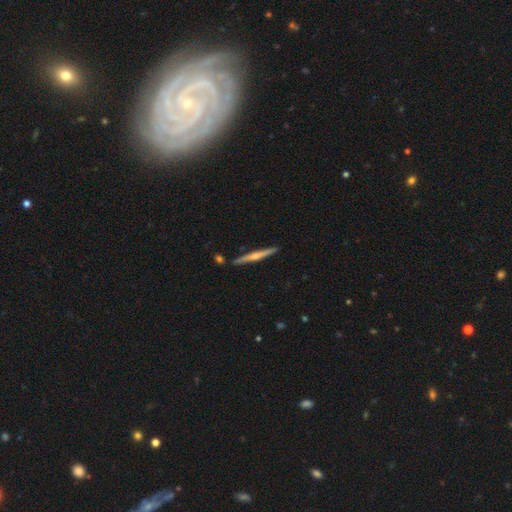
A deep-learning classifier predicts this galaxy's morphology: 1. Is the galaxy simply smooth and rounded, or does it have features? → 63% featured or disk, 32% smooth, 5% star or artifact.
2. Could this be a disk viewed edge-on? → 98% yes, 2% no.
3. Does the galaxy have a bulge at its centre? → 69% rounded, 21% none, 10% boxy.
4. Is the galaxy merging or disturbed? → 87% none, 8% minor disturbance, 3% merger, 2% major disturbance.